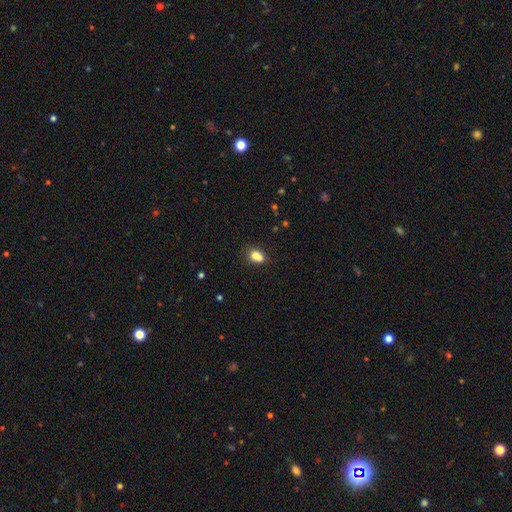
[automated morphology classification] A smooth galaxy with no disk features (81%) that is in between round and cigar-shaped (72%).

Vote fractions:
- Smooth or featured? smooth: 81% / star or artifact: 11% / featured or disk: 8%
- How rounded? in between: 72% / round: 26% / cigar-shaped: 2%
- Merging? none: 54% / merger: 21% / minor disturbance: 19% / major disturbance: 6%